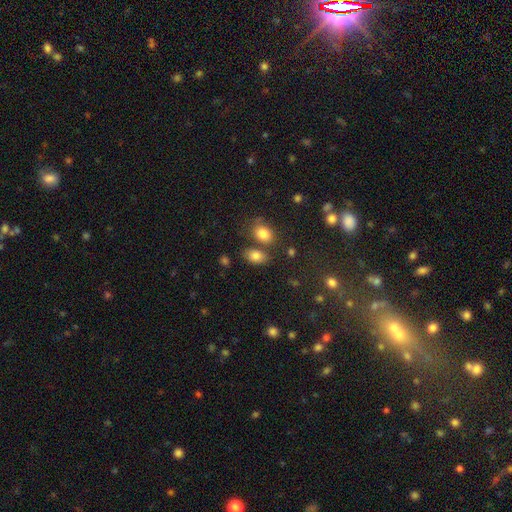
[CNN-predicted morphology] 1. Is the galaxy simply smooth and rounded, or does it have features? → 81% smooth, 10% star or artifact, 8% featured or disk.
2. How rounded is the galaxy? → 86% in between, 13% round, 2% cigar-shaped.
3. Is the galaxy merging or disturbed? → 65% none, 19% merger, 12% minor disturbance, 4% major disturbance.